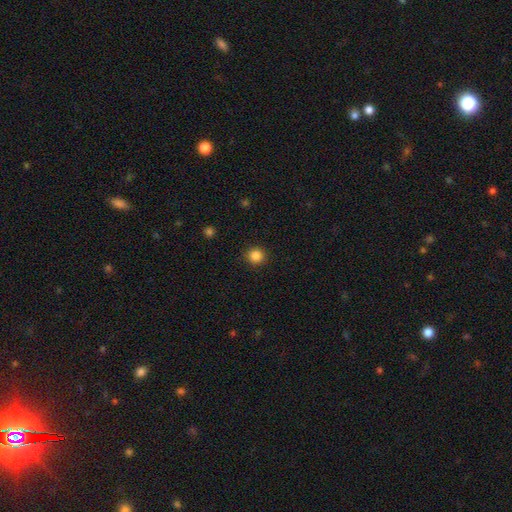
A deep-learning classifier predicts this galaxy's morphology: Smooth or featured?
  - smooth: 86% *
  - star or artifact: 11%
  - featured or disk: 3%
How rounded?
  - round: 92% *
  - in between: 7%
  - cigar-shaped: 1%
Merging?
  - none: 91% *
  - minor disturbance: 6%
  - major disturbance: 2%
  - merger: 1%